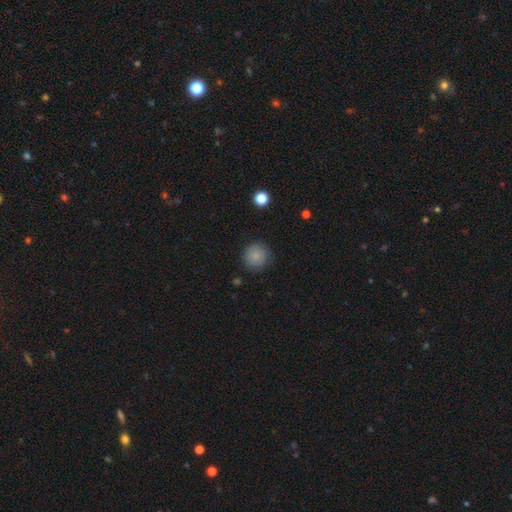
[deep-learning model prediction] Smooth or featured? smooth (85%)
How rounded? round (93%)
Merging? none (85%)